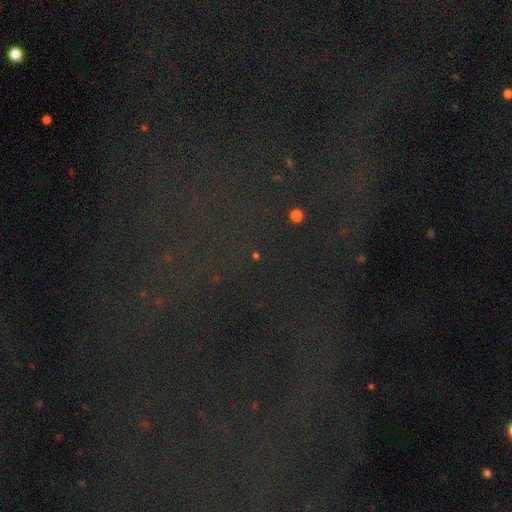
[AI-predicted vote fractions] Smooth or featured? Predicted: star or artifact (p=0.72).